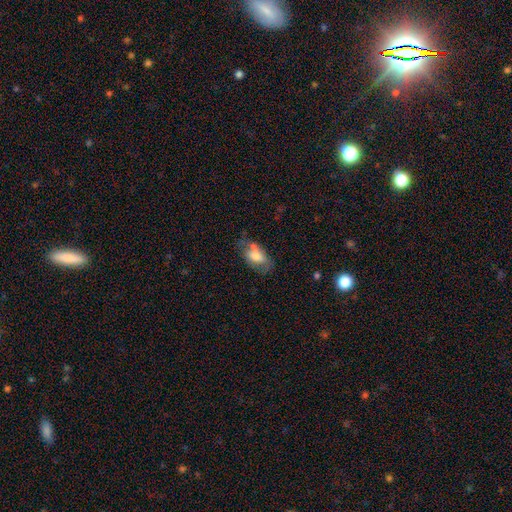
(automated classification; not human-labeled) Smooth or featured?
  - smooth: 66% *
  - featured or disk: 26%
  - star or artifact: 8%
How rounded?
  - in between: 91% *
  - round: 6%
  - cigar-shaped: 3%
Merging?
  - none: 45% *
  - minor disturbance: 31%
  - major disturbance: 17%
  - merger: 7%